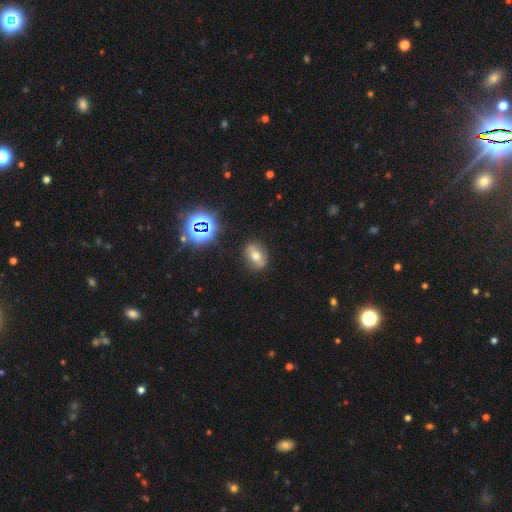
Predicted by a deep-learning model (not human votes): Smooth or featured? Predicted: smooth (p=0.52). How rounded? Predicted: in between (p=0.66). Merging? Predicted: none (p=0.86).